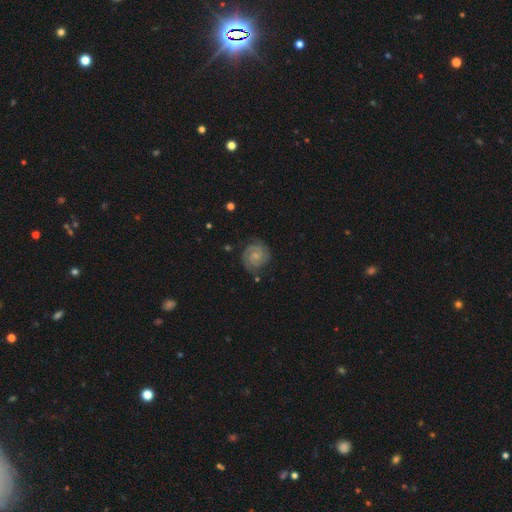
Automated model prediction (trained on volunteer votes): This is clearly a featured or disk galaxy (83%). It is clearly not viewed edge-on (98%). Bar: likely no (64%). Spiral arm pattern: clearly yes (97%). Spiral arm count: likely 2 (79%). Spiral winding: likely tight (69%). Central bulge: likely small (64%). Merging: likely none (79%).